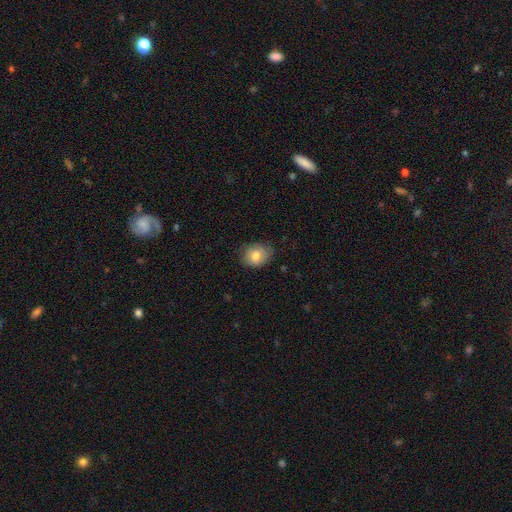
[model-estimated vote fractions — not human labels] Q: Smooth or featured?
A: smooth (76%); runner-up: featured or disk (17%)
Q: How rounded?
A: in between (53%); runner-up: round (46%)
Q: Merging?
A: none (69%); runner-up: minor disturbance (24%)